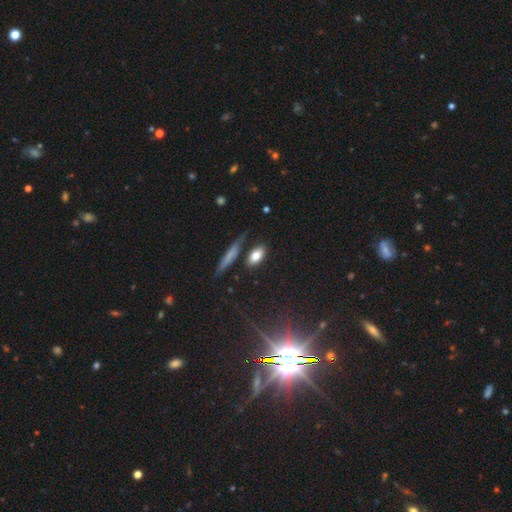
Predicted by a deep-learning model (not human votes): Smooth or featured? Predicted: smooth (p=0.80). How rounded? Predicted: in between (p=0.85). Merging? Predicted: none (p=0.74).